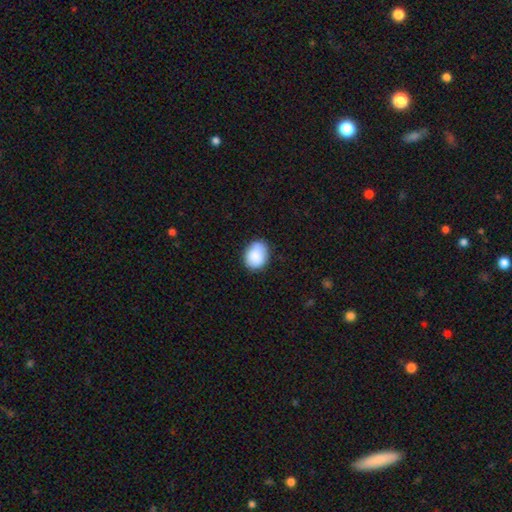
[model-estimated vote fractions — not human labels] Smooth or featured? smooth (86%)
How rounded? in between (57%)
Merging? none (79%)